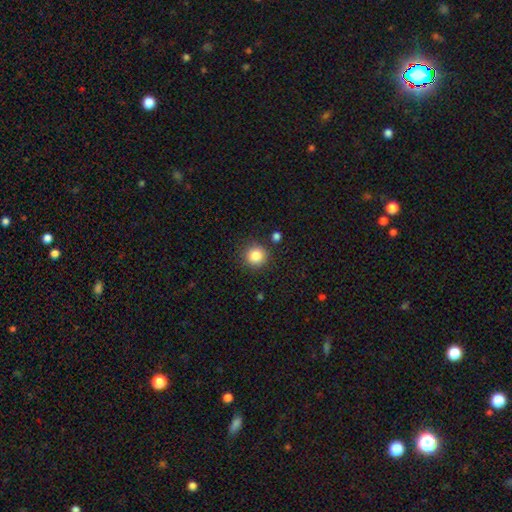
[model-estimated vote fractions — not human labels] Overall: smooth (85%). How rounded: round (93%). Merging: none (86%).